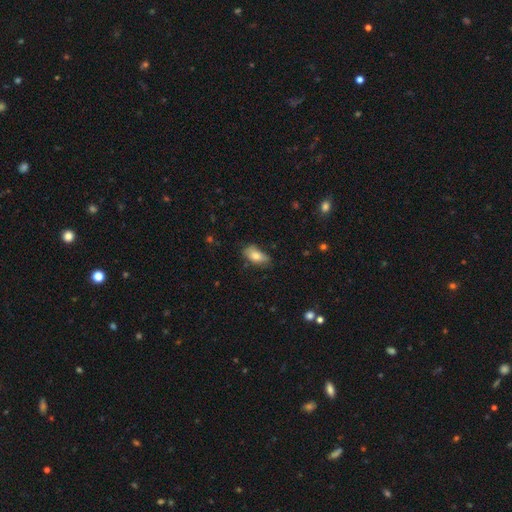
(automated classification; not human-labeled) smooth-or-featured: smooth: 78% | featured or disk: 15% | star or artifact: 7%
  how-rounded: in between: 89% | cigar-shaped: 7% | round: 4%
  merging: none: 67% | minor disturbance: 26% | major disturbance: 5% | merger: 2%